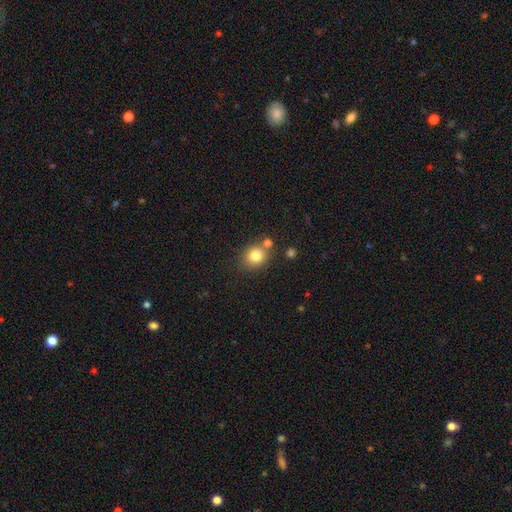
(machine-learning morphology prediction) This appears to be a smooth galaxy with no disk features (81%) that is round (75%). Merging: none (73%).